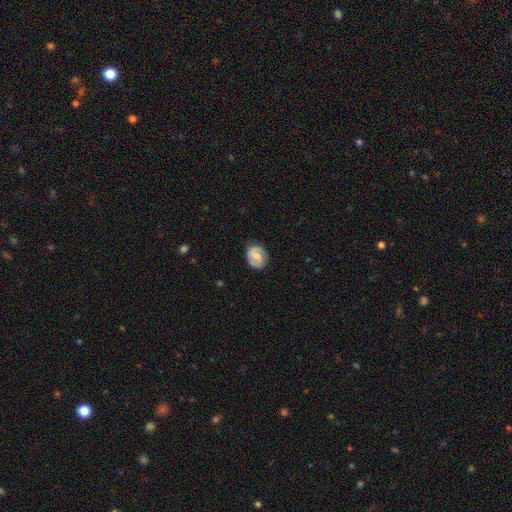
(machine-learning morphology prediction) type=featured or disk (60%); edge-on=no (97%); bar=weak (51%); spiral arms=yes (81%); bulge=moderate (47%); merging=none (80%).